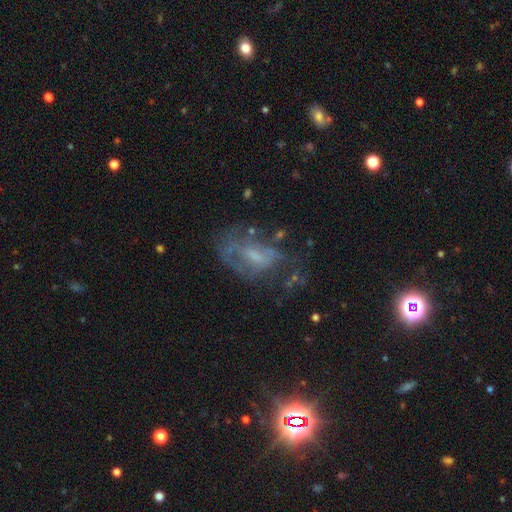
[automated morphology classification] Smooth or featured?
  - featured or disk: 59% *
  - smooth: 25%
  - star or artifact: 16%
Edge-on disk?
  - no: 95% *
  - yes: 5%
Bar?
  - no: 53% *
  - weak: 38%
  - strong: 10%
Spiral arms?
  - no: 54% *
  - yes: 46%
Bulge size?
  - small: 40% *
  - moderate: 29%
  - none: 26%
  - large: 4%
  - dominant: 1%
Merging?
  - none: 42% *
  - major disturbance: 30%
  - minor disturbance: 22%
  - merger: 6%